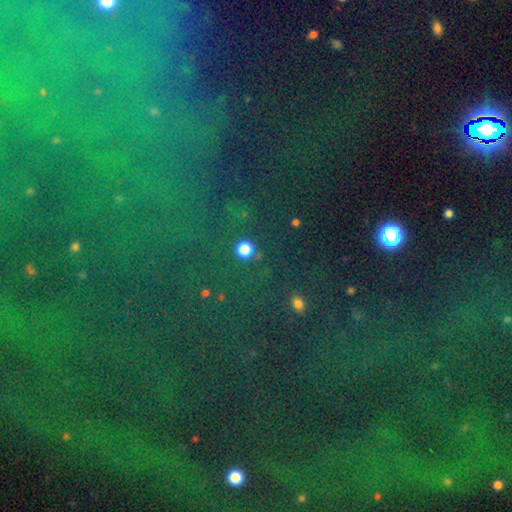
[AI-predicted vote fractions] This appears to be a star or artifact, not a galaxy (78%).